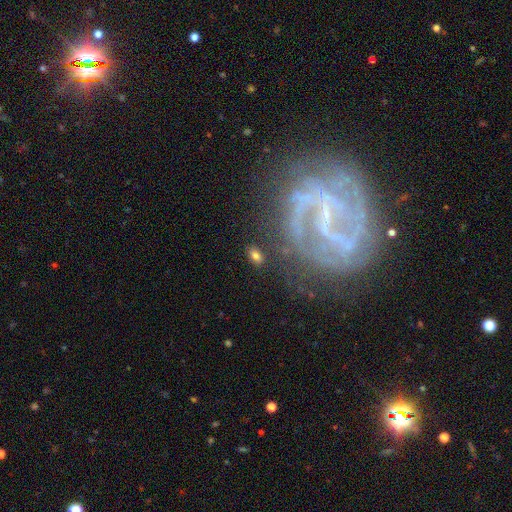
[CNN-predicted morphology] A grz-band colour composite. It shows a smooth galaxy with no disk features (69%) that is in between round and cigar-shaped (88%). Merging: none (80%).